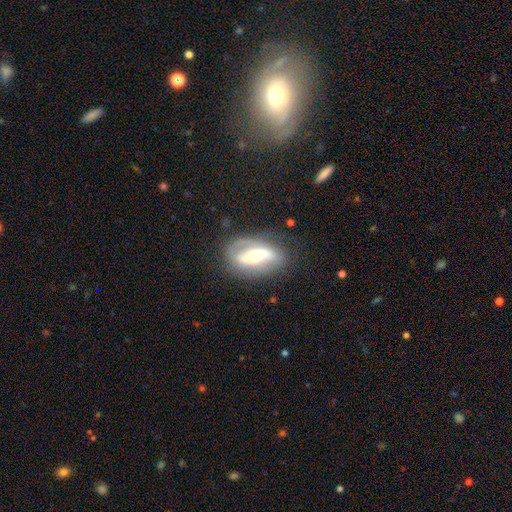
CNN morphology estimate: Smooth or featured? featured or disk (72%)
Edge-on disk? no (87%)
Bar? strong (59%)
Spiral arms? yes (72%)
Bulge size? moderate (49%)
Merging? none (73%)